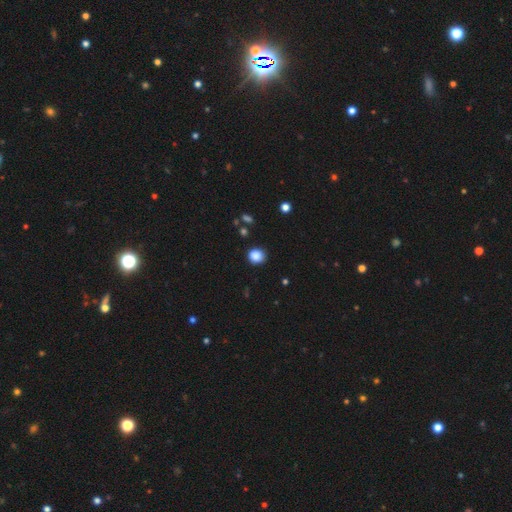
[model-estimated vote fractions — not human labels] Smooth or featured? smooth (87%)
How rounded? round (82%)
Merging? none (87%)